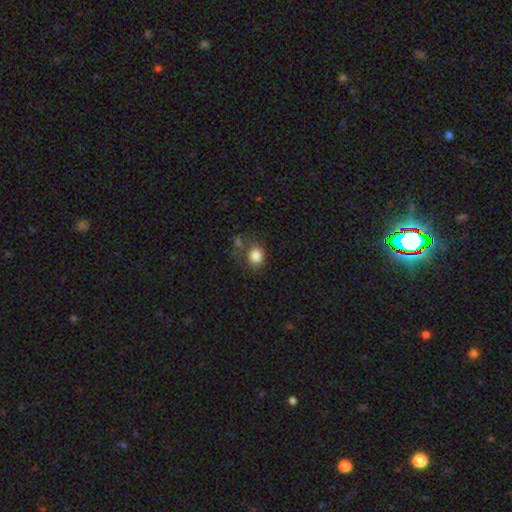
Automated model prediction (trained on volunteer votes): A smooth galaxy with no disk features (84%) that is round (65%).

Vote fractions:
- Smooth or featured? smooth: 84% / star or artifact: 10% / featured or disk: 6%
- How rounded? round: 65% / in between: 34% / cigar-shaped: 1%
- Merging? none: 61% / minor disturbance: 19% / merger: 11% / major disturbance: 9%